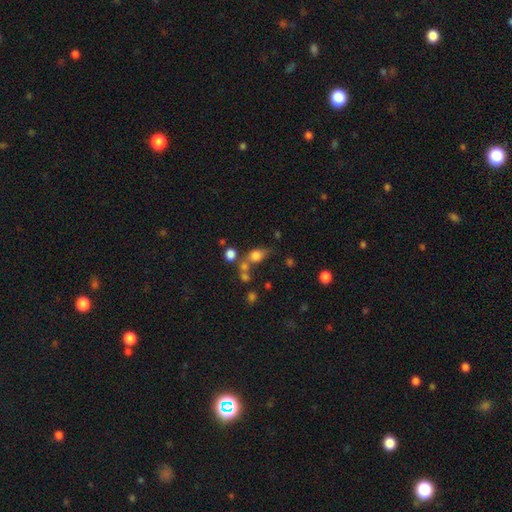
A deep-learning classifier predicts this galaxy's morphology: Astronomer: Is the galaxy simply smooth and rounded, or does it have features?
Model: smooth — 73%.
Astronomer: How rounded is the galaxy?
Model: in between — 55% (runner-up: round, 41%).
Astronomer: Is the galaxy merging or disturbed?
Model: none — 42% (runner-up: merger, 30%).